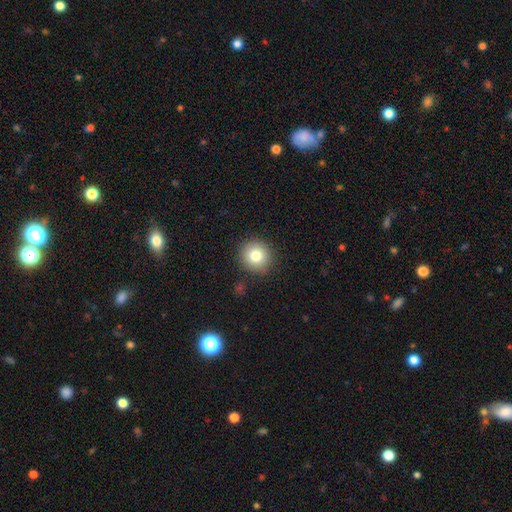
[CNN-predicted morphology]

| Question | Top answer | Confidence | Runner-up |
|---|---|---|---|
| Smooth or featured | smooth | 79% | star or artifact (11%) |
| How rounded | round | 91% | in between (8%) |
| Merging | none | 89% | minor disturbance (7%) |